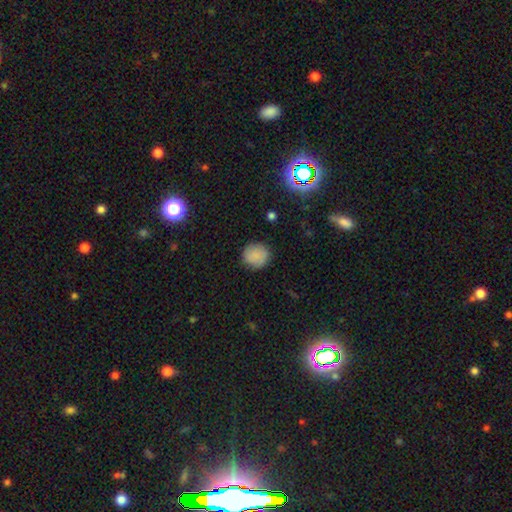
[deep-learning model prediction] Morphology: type=smooth (85%); roundness=round (89%); merging=none (85%).